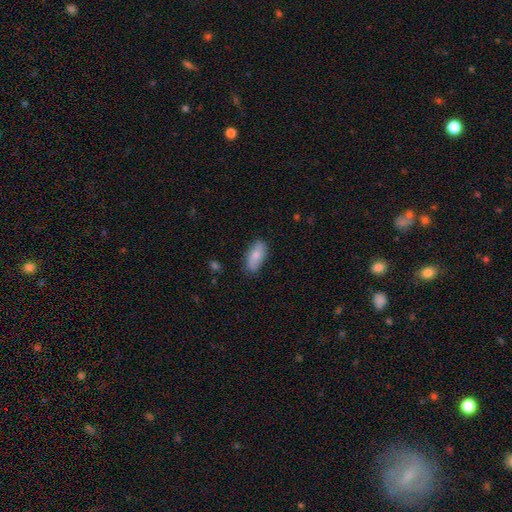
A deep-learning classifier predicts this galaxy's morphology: smooth 74%, featured or disk 20%, star or artifact 6%. Down the decision tree: how rounded — in between (88%); merging — none (80%).